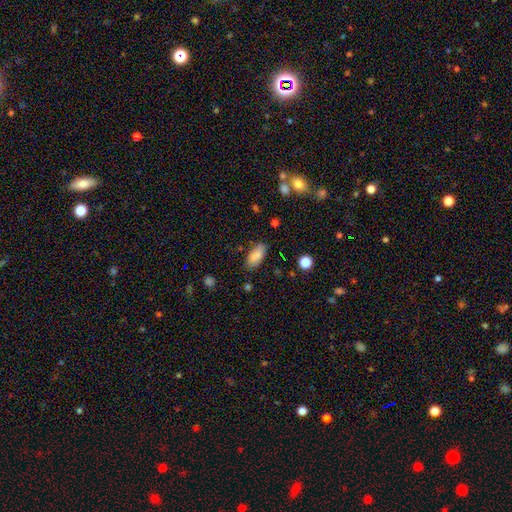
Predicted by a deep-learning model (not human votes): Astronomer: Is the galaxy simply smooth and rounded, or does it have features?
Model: smooth — 86%.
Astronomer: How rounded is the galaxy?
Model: in between — 87%.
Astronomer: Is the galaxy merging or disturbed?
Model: none — 82%.